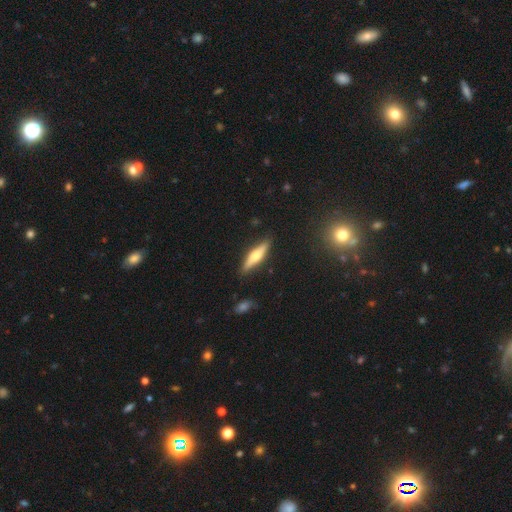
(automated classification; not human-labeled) A featured or disk galaxy (47%). Merging: none (86%).